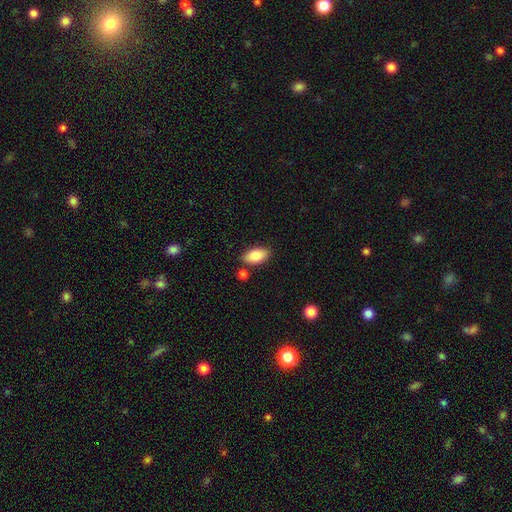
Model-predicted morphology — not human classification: Smooth or featured?
  - smooth: 81% *
  - featured or disk: 11%
  - star or artifact: 7%
How rounded?
  - in between: 91% *
  - cigar-shaped: 5%
  - round: 4%
Merging?
  - none: 82% *
  - minor disturbance: 11%
  - merger: 5%
  - major disturbance: 2%